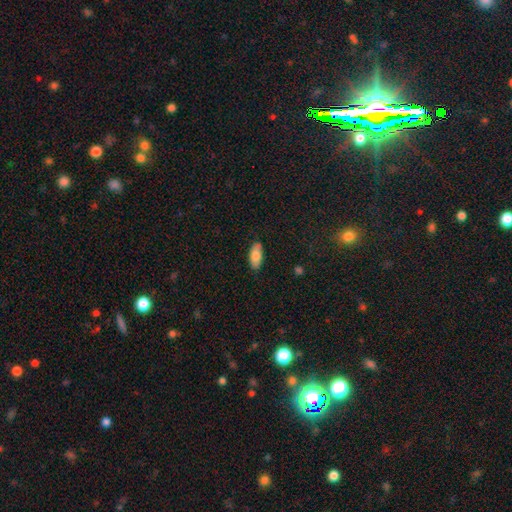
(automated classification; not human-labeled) Smooth or featured? Predicted: smooth (p=0.82). How rounded? Predicted: in between (p=0.88). Merging? Predicted: none (p=0.86).